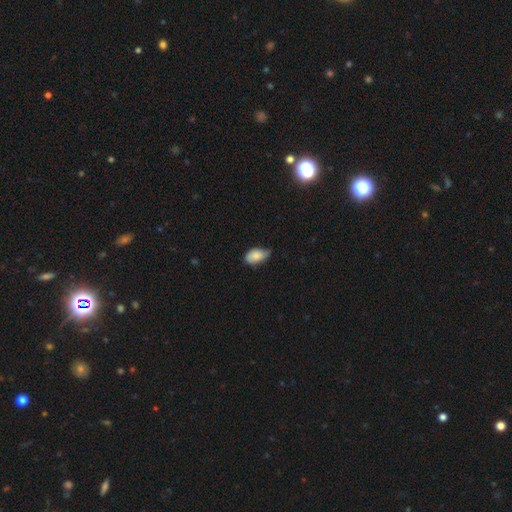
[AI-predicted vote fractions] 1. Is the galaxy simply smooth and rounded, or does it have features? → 82% smooth, 11% featured or disk, 7% star or artifact.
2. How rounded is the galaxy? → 93% in between, 5% round, 2% cigar-shaped.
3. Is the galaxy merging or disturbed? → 47% none, 45% minor disturbance, 7% major disturbance, 2% merger.